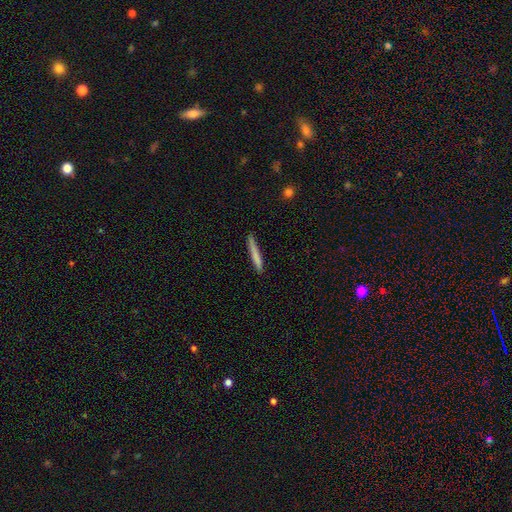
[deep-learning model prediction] A smooth galaxy with no disk features (76%) that is cigar-shaped (96%). Merging: none (86%).